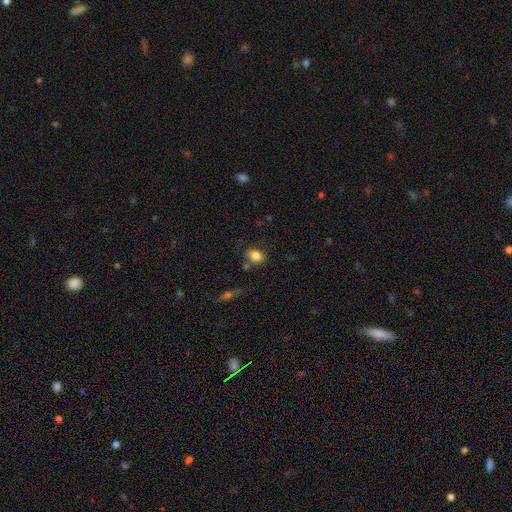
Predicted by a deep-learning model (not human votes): A smooth galaxy with no disk features (83%) that is in between round and cigar-shaped (60%). Merging: none (70%).